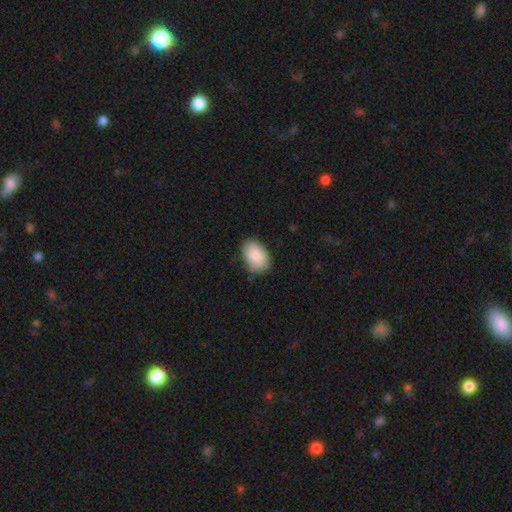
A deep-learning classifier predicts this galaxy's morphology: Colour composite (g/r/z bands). It shows a smooth galaxy with no disk features (89%) that is in between round and cigar-shaped (90%). Merging: none (77%).